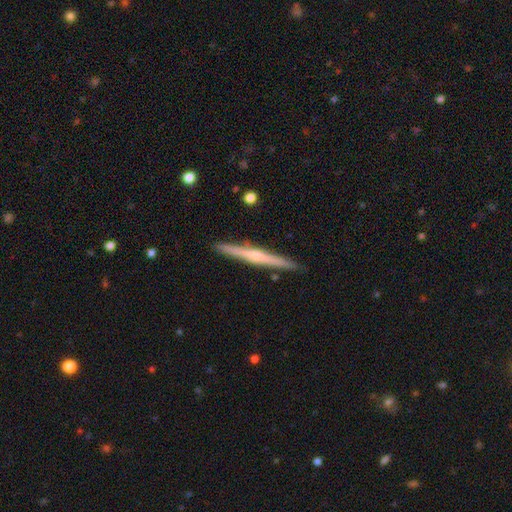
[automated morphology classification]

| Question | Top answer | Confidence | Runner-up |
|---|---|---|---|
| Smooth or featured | featured or disk | 67% | smooth (28%) |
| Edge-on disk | yes | 98% | no (2%) |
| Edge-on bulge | rounded | 60% | none (31%) |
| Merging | none | 92% | minor disturbance (6%) |